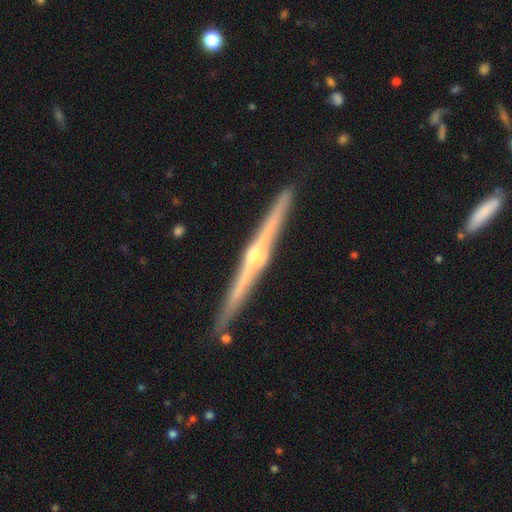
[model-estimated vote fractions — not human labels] This is clearly a featured or disk galaxy (87%). It is clearly viewed edge-on (99%). Edge-on bulge: clearly rounded (90%). Merging: clearly none (92%).